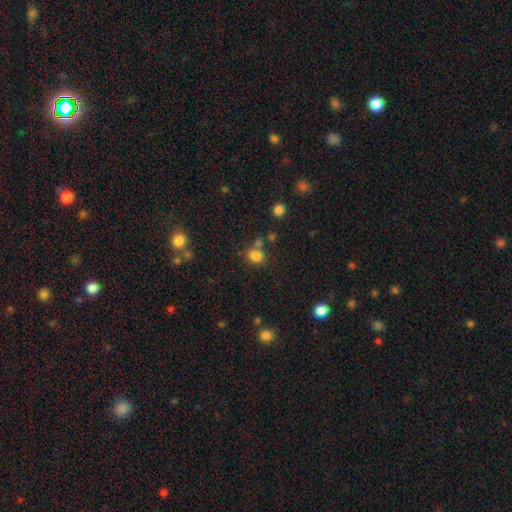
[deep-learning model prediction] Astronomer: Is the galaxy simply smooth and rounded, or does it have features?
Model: smooth — 81%.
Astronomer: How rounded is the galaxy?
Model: round — 66%.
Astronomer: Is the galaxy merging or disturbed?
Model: none — 66%.